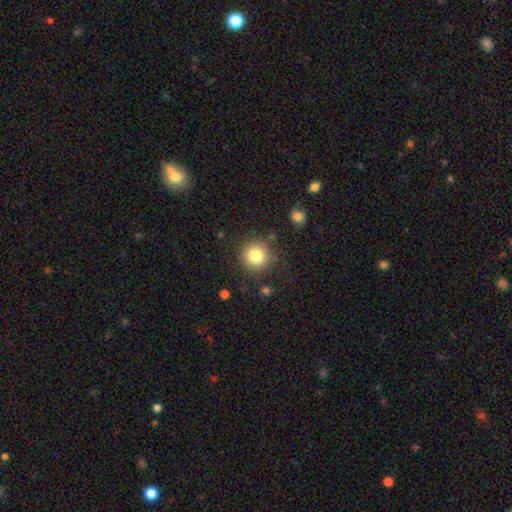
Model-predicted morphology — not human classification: Smooth or featured? smooth (81%)
How rounded? round (94%)
Merging? none (85%)